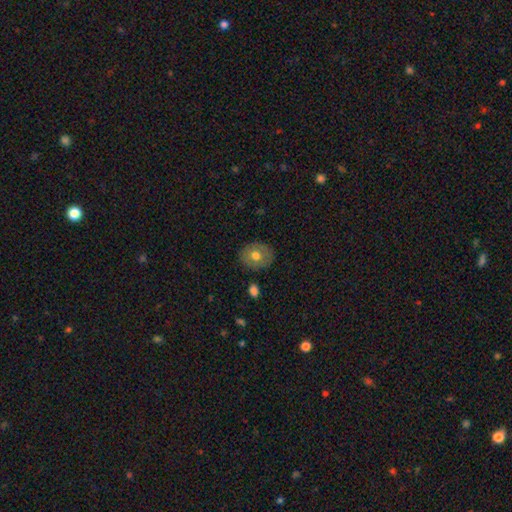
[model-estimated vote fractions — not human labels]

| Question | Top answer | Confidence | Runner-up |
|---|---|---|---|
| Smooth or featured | smooth | 68% | featured or disk (24%) |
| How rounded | round | 65% | in between (34%) |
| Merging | none | 86% | minor disturbance (10%) |